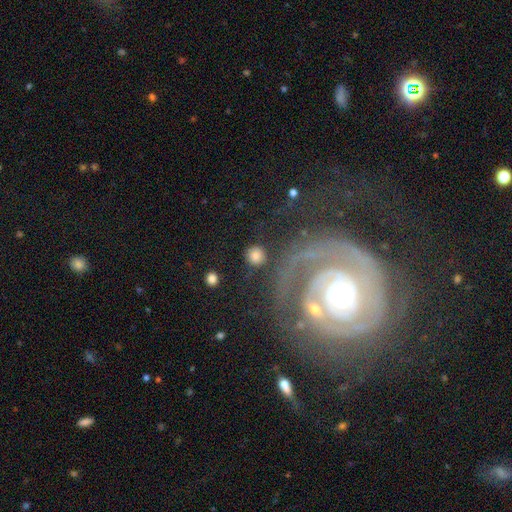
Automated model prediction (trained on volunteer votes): A smooth galaxy with no disk features (78%) that is round (90%).

Vote fractions:
- Smooth or featured? smooth: 78% / featured or disk: 13% / star or artifact: 9%
- How rounded? round: 90% / in between: 8% / cigar-shaped: 1%
- Merging? none: 80% / minor disturbance: 9% / major disturbance: 6% / merger: 5%